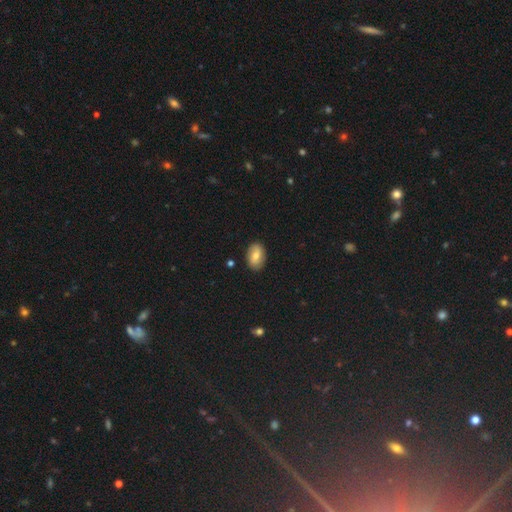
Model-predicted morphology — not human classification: smooth-or-featured: smooth: 67% | featured or disk: 25% | star or artifact: 8%
  how-rounded: in between: 87% | round: 11% | cigar-shaped: 2%
  merging: none: 86% | minor disturbance: 11% | major disturbance: 2% | merger: 1%